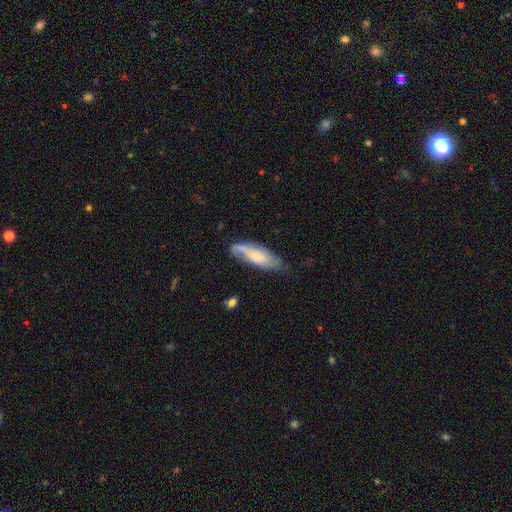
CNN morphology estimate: Smooth or featured? Predicted: smooth (p=0.47). Merging? Predicted: none (p=0.54).